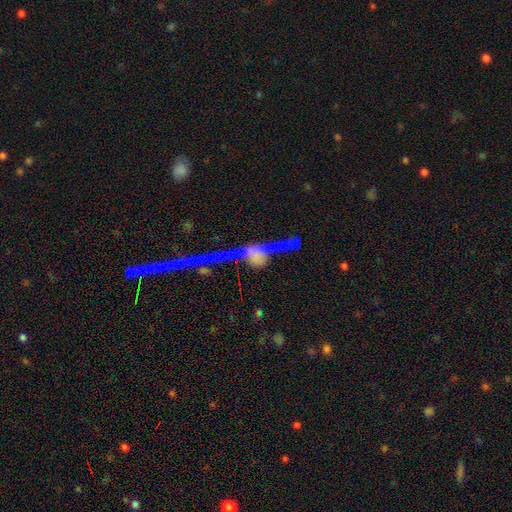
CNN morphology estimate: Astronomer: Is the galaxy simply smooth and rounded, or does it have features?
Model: featured or disk — 55% (runner-up: smooth, 31%).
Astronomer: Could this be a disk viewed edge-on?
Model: yes — 62% (runner-up: no, 38%).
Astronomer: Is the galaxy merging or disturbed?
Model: major disturbance — 34% (runner-up: none, 30%).